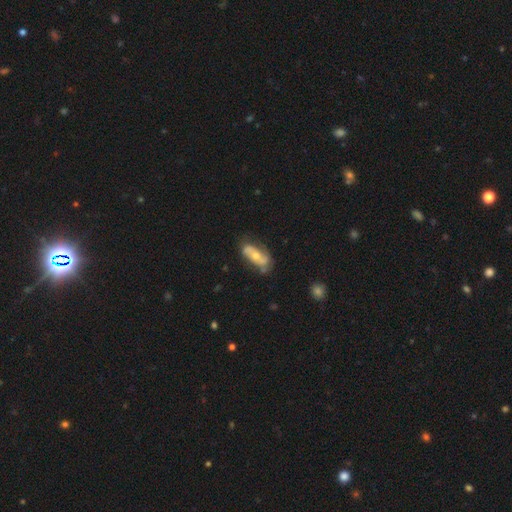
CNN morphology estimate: Smooth or featured? Predicted: featured or disk (p=0.55). Edge-on disk? Predicted: no (p=0.87). Merging? Predicted: none (p=0.58).